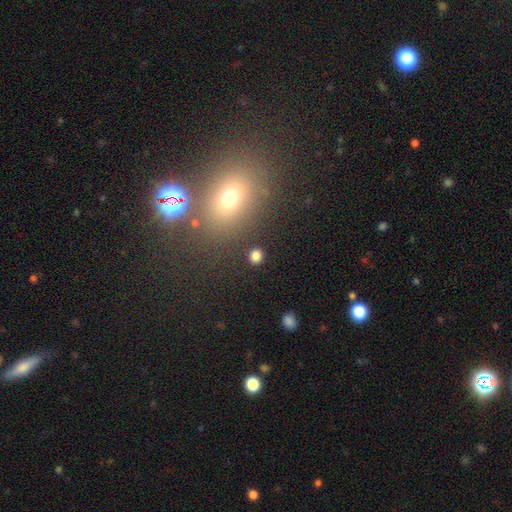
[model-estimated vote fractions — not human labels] Smooth or featured? Predicted: smooth (p=0.82). How rounded? Predicted: round (p=0.76). Merging? Predicted: none (p=0.88).